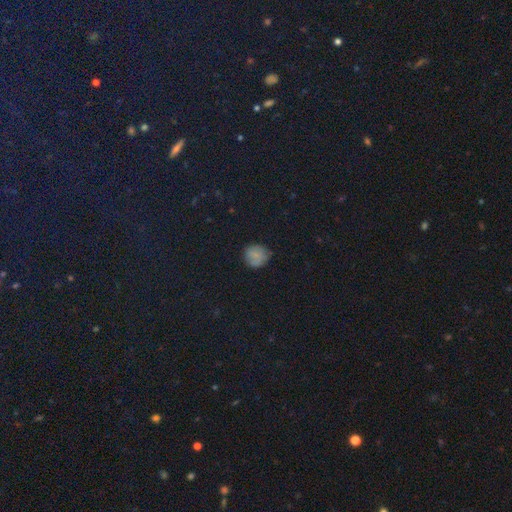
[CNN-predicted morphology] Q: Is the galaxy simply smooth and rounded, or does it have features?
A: smooth — 70%.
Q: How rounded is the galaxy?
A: round — 88%.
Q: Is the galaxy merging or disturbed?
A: none — 77%.